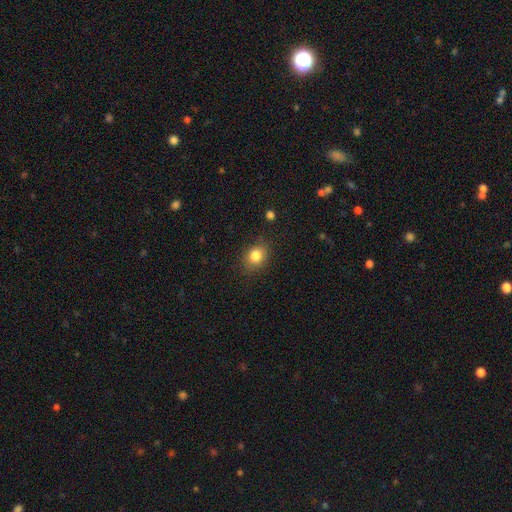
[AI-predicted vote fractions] smooth_or_featured: smooth (p=0.83) [alt: star or artifact p=0.10]
how_rounded: round (p=0.53) [alt: in between p=0.45]
merging: none (p=0.83) [alt: minor disturbance p=0.12]